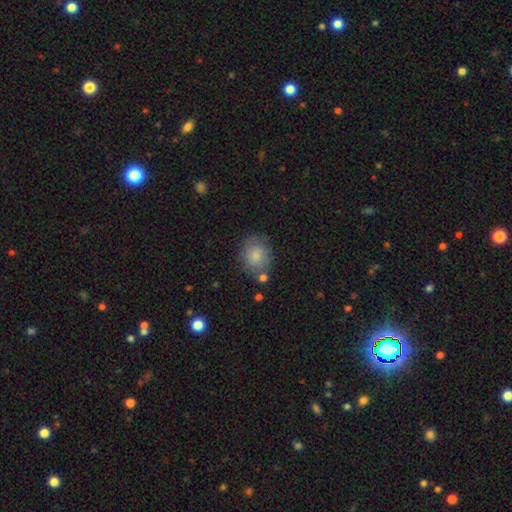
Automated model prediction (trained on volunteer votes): Q: Smooth or featured?
A: smooth (80%); runner-up: featured or disk (13%)
Q: How rounded?
A: round (68%); runner-up: in between (31%)
Q: Merging?
A: none (67%); runner-up: minor disturbance (20%)